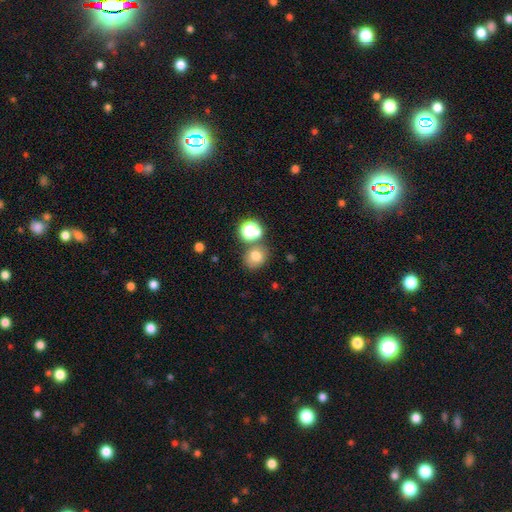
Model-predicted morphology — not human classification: The model was most divided on "how rounded": round: 70%, in between: 29%, cigar-shaped: 1%. More confident: smooth or featured — smooth (74%); merging — none (66%).